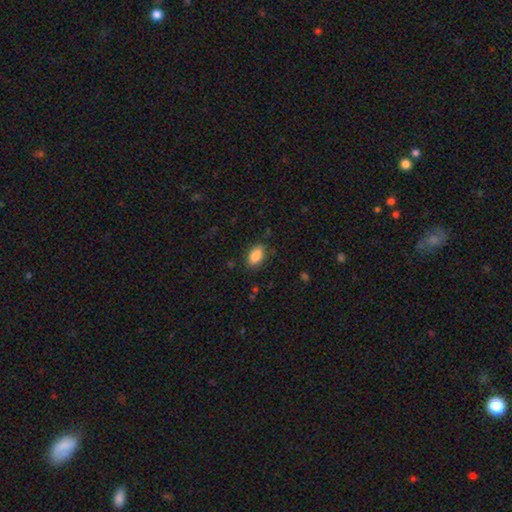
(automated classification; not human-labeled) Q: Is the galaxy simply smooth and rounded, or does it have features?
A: smooth — 87%.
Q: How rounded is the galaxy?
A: in between — 91%.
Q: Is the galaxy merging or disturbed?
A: none — 83%.